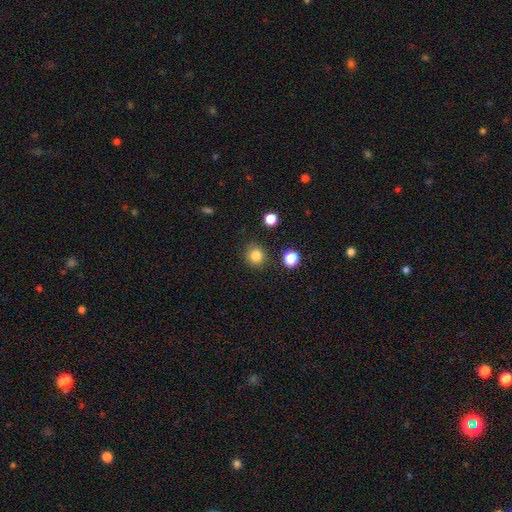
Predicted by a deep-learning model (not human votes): smooth 82%, star or artifact 12%, featured or disk 5%. Down the decision tree: how rounded — round (89%); merging — none (87%).